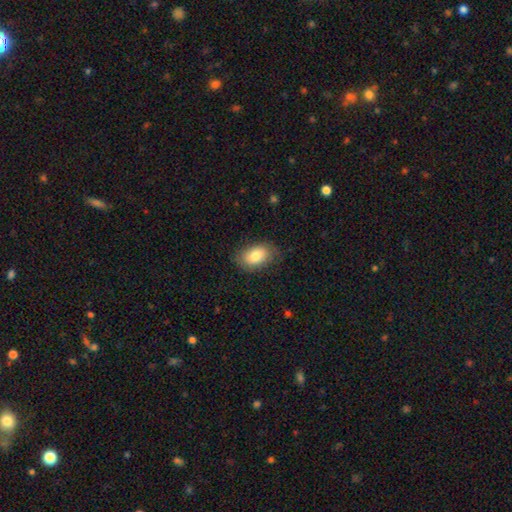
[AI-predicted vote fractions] smooth 80%, featured or disk 13%, star or artifact 7%. Down the decision tree: how rounded — in between (91%); merging — none (78%).